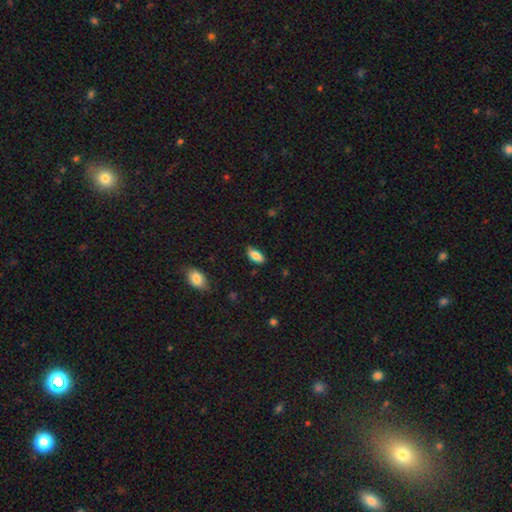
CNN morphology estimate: smooth 83%, featured or disk 10%, star or artifact 7%. Down the decision tree: how rounded — in between (89%); merging — none (78%).